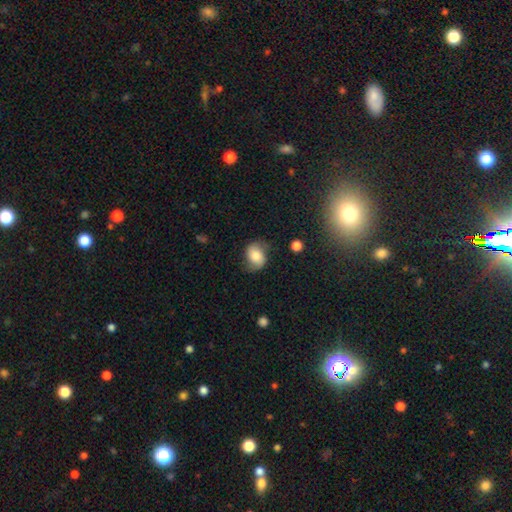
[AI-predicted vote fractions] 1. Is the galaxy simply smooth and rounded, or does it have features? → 64% smooth, 28% featured or disk, 9% star or artifact.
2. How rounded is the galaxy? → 59% in between, 40% round, 1% cigar-shaped.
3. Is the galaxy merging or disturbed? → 64% none, 25% minor disturbance, 9% major disturbance, 2% merger.